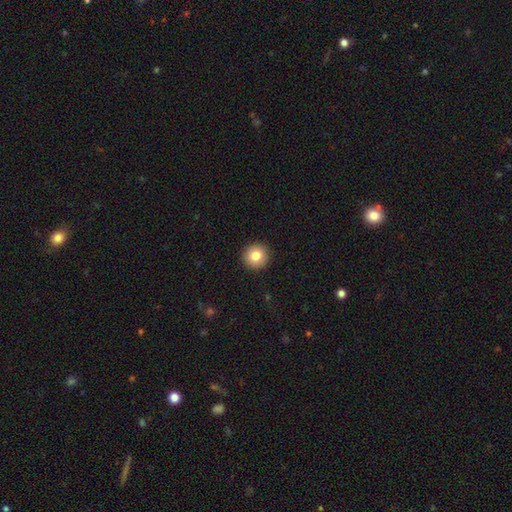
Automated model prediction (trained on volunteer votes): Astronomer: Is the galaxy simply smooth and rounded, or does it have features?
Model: smooth — 81%.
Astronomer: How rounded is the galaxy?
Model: round — 95%.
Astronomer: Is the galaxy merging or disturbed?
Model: none — 93%.